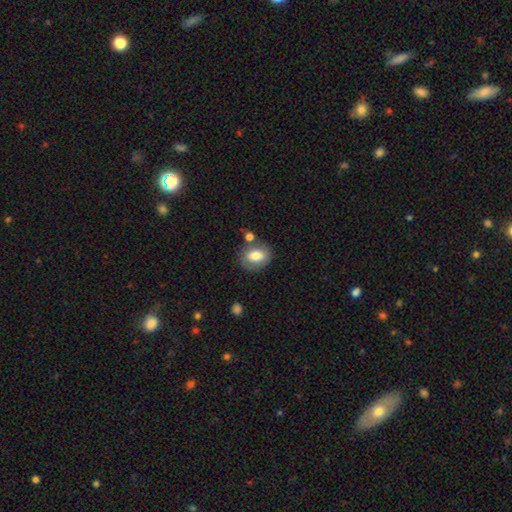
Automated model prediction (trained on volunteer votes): Morphology: type=smooth (79%); roundness=in between (58%); merging=none (70%).